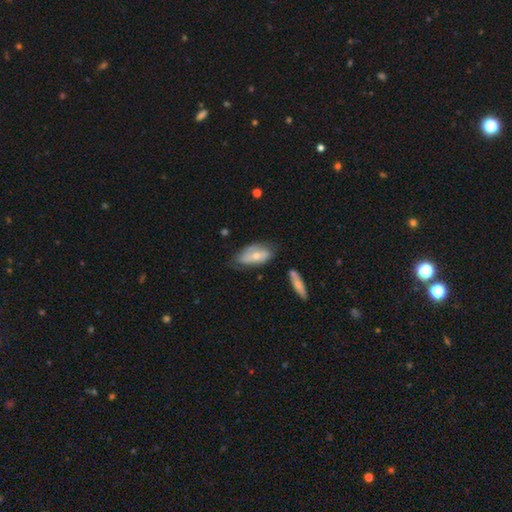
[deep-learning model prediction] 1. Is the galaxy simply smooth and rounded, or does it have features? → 53% smooth, 40% featured or disk, 6% star or artifact.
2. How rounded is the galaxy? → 89% in between, 7% cigar-shaped, 4% round.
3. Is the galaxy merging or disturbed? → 52% none, 34% minor disturbance, 10% major disturbance, 5% merger.